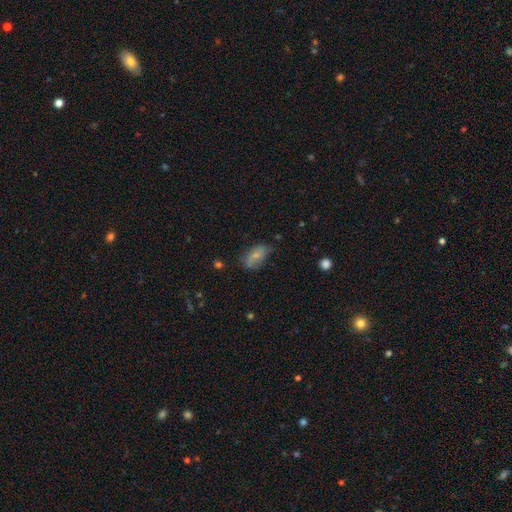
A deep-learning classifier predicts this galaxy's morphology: Smooth or featured? Predicted: smooth (p=0.68). How rounded? Predicted: in between (p=0.90). Merging? Predicted: none (p=0.56).